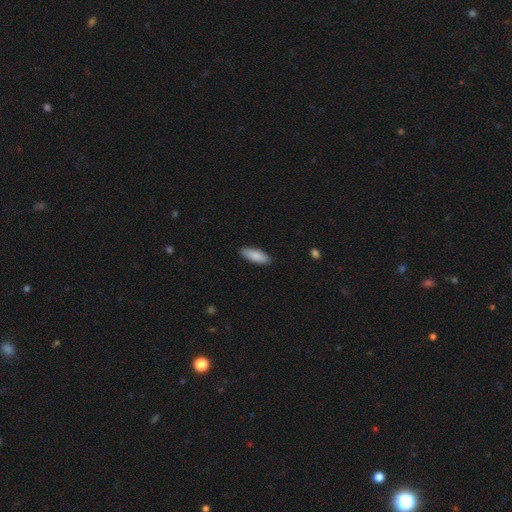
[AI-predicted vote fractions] Q: Smooth or featured?
A: smooth (87%); runner-up: featured or disk (8%)
Q: How rounded?
A: in between (66%); runner-up: cigar-shaped (32%)
Q: Merging?
A: none (89%); runner-up: minor disturbance (8%)